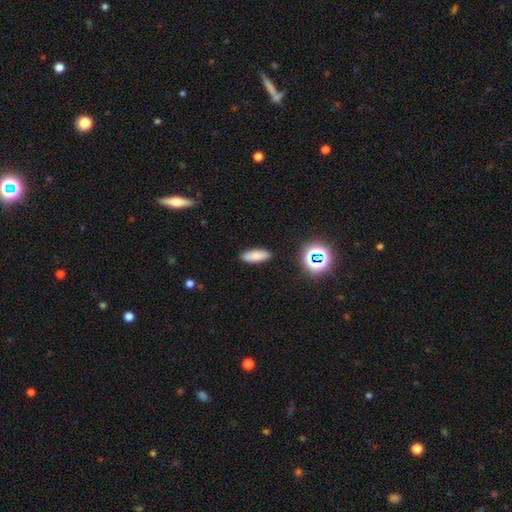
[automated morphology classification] smooth-or-featured: smooth: 81% | star or artifact: 12% | featured or disk: 8%
  how-rounded: in between: 67% | cigar-shaped: 30% | round: 3%
  merging: none: 88% | minor disturbance: 8% | major disturbance: 2% | merger: 1%